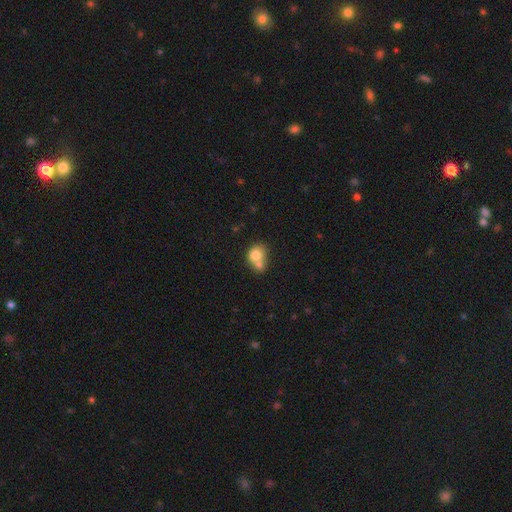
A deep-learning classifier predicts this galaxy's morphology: type=smooth (75%); roundness=round (64%); merging=merger (58%).